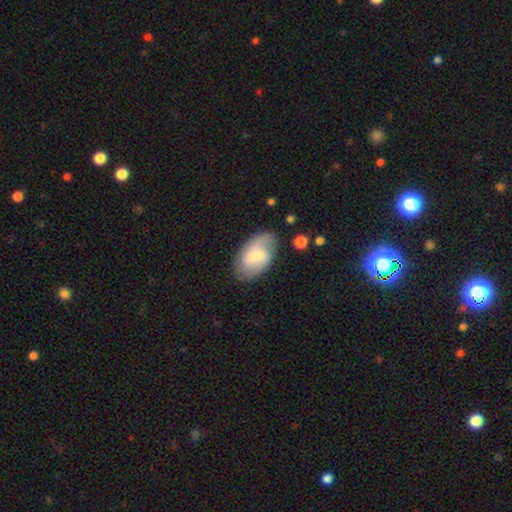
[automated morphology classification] Smooth or featured? featured or disk (66%)
Edge-on disk? no (96%)
Bar? weak (48%)
Spiral arms? yes (92%)
Spiral winding? medium (47%)
Spiral arm count? 2 (64%)
Bulge size? small (59%)
Merging? none (76%)